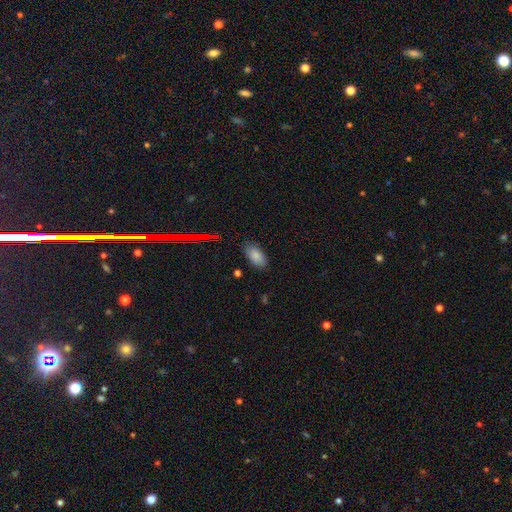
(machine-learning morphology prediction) The model was most divided on "merging": none: 82%, minor disturbance: 14%, major disturbance: 3%, merger: 1%. More confident: how rounded — in between (93%); smooth or featured — smooth (82%).